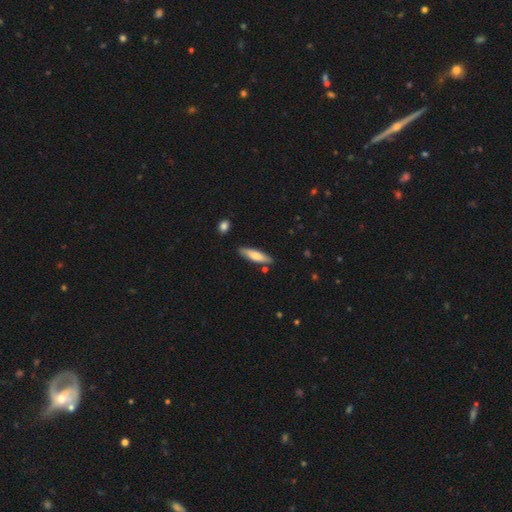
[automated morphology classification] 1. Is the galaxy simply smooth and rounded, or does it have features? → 68% smooth, 27% featured or disk, 6% star or artifact.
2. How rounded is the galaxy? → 71% cigar-shaped, 27% in between, 2% round.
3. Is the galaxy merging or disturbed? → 83% none, 11% minor disturbance, 3% merger, 2% major disturbance.